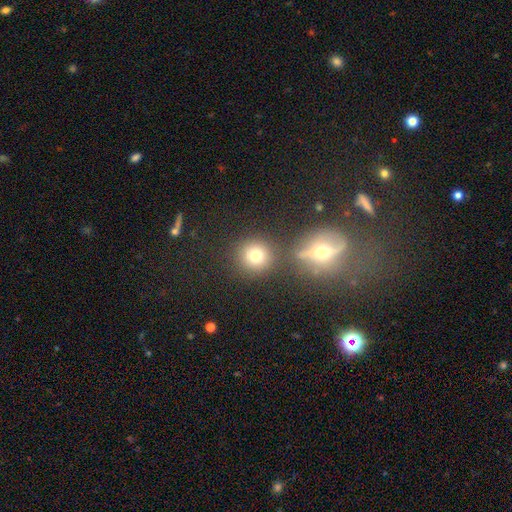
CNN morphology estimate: Q: Smooth or featured?
A: smooth (76%); runner-up: star or artifact (14%)
Q: How rounded?
A: round (91%); runner-up: in between (8%)
Q: Merging?
A: none (76%); runner-up: merger (13%)